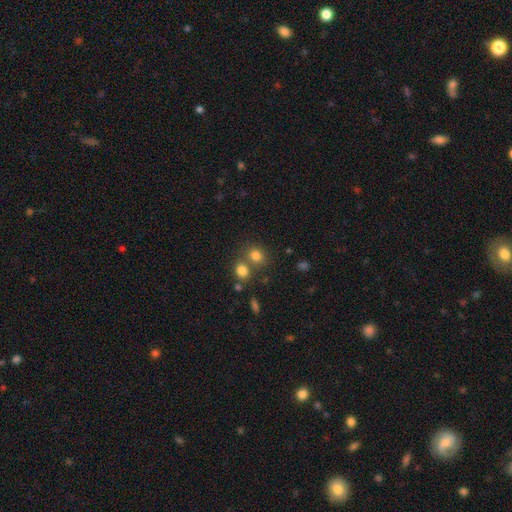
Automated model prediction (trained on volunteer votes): A smooth galaxy with no disk features (78%) that is round (68%).

Vote fractions:
- Smooth or featured? smooth: 78% / star or artifact: 14% / featured or disk: 8%
- How rounded? round: 68% / in between: 31% / cigar-shaped: 1%
- Merging? none: 55% / merger: 31% / minor disturbance: 10% / major disturbance: 4%